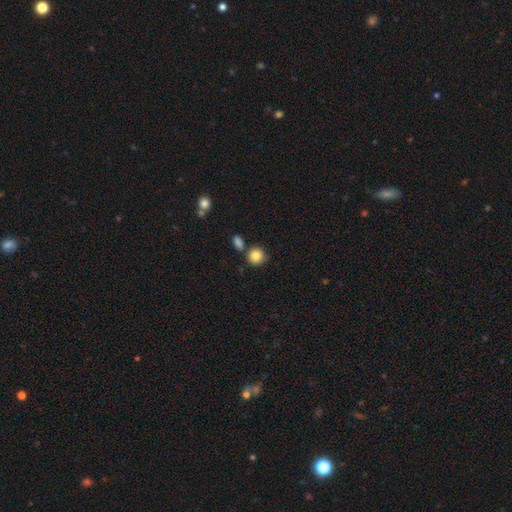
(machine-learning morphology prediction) This is clearly a smooth galaxy (85%). How rounded: clearly round (89%). Merging: likely none (73%).